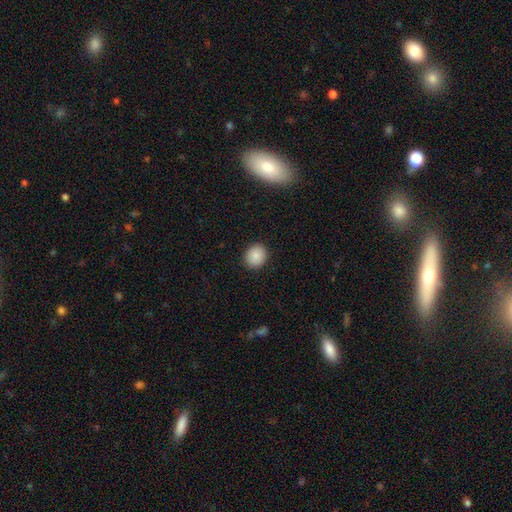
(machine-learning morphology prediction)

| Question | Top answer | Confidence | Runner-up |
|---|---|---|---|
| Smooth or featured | smooth | 87% | star or artifact (8%) |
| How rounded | round | 74% | in between (26%) |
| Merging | none | 90% | minor disturbance (7%) |